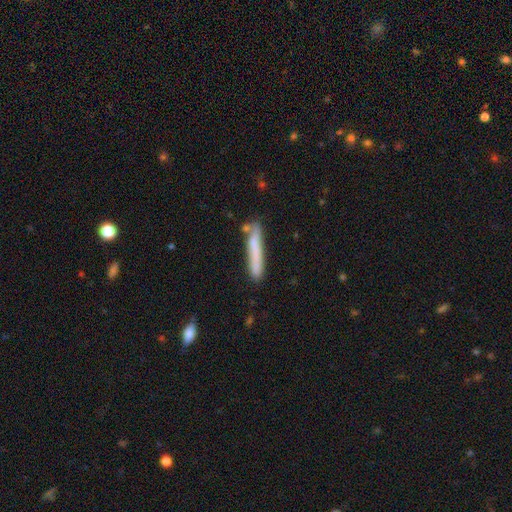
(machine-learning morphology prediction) smooth 70%, featured or disk 23%, star or artifact 6%. Down the decision tree: how rounded — cigar-shaped (95%); merging — none (74%).